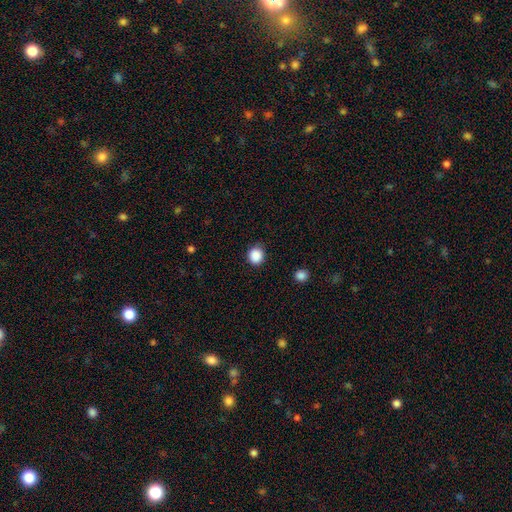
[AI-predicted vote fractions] This appears to be a smooth galaxy with no disk features (88%) that is round (88%). Merging: none (88%).